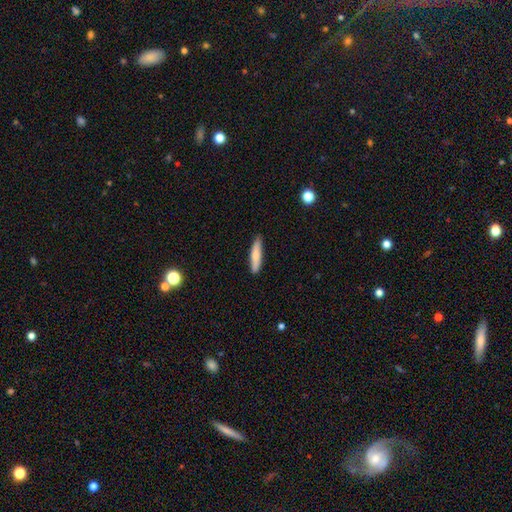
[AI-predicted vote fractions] Overall: smooth (75%). How rounded: cigar-shaped (82%). Merging: none (86%).